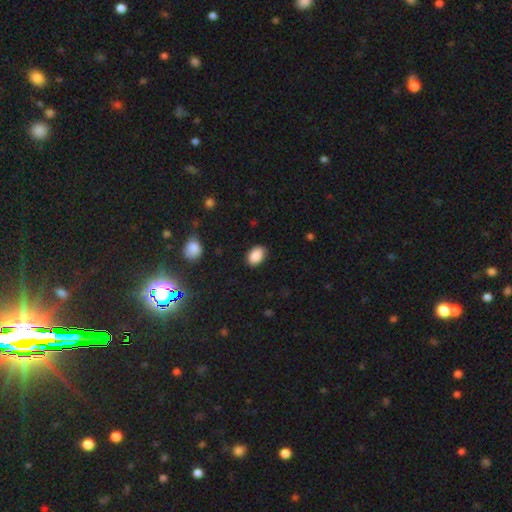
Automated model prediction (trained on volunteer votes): smooth 89%, star or artifact 8%, featured or disk 4%. Down the decision tree: how rounded — in between (83%); merging — none (86%).